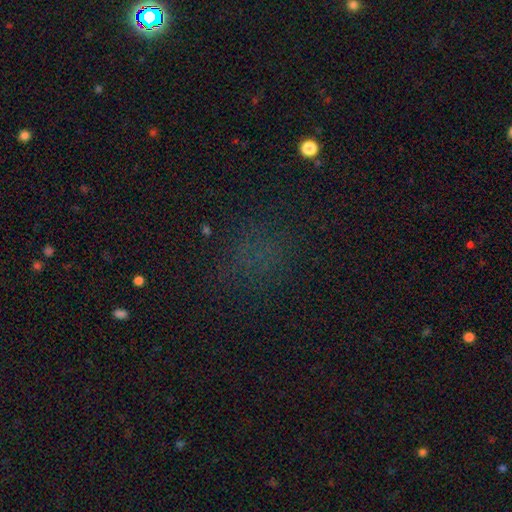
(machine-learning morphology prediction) smooth_or_featured: star or artifact (p=0.48) [alt: smooth p=0.42]